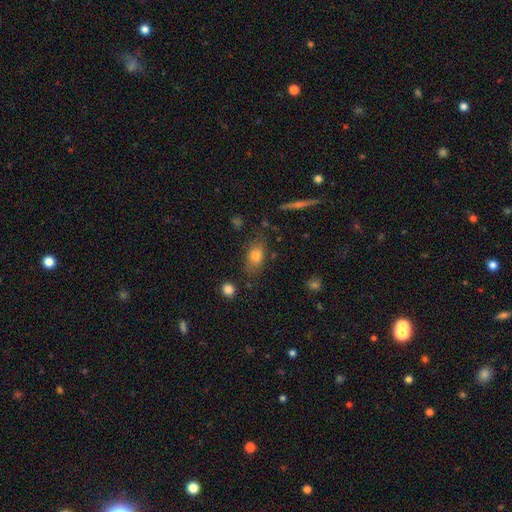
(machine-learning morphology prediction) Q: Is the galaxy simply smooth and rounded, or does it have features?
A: smooth — 77%.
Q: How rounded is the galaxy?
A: in between — 80%.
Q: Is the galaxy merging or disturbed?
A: none — 73%.